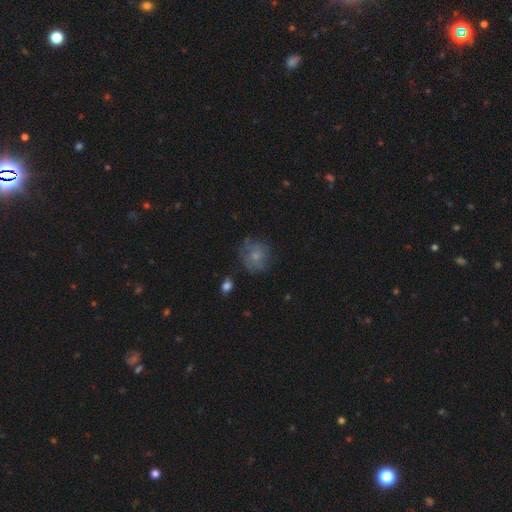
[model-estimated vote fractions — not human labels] This is possibly a smooth galaxy (57%). How rounded: likely round (79%). Merging: likely none (62%).